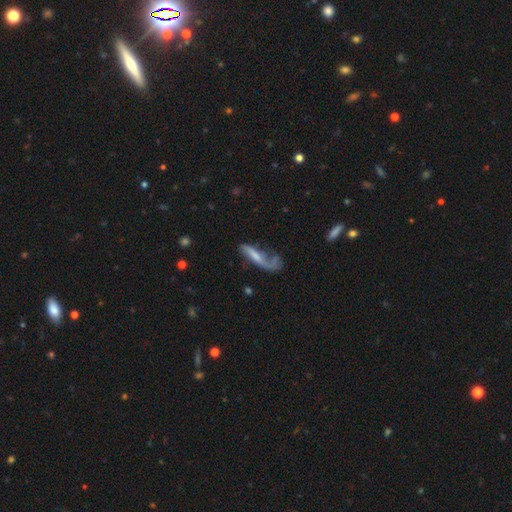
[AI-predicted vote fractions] A featured or disk galaxy (59%).

Vote fractions:
- Smooth or featured? featured or disk: 59% / smooth: 33% / star or artifact: 8%
- Edge-on disk? no: 65% / yes: 35%
- Merging? none: 37% / major disturbance: 30% / minor disturbance: 24% / merger: 9%